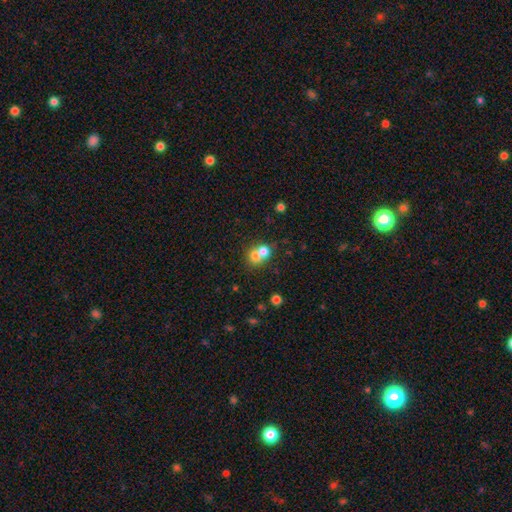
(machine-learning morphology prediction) Smooth or featured? smooth (70%)
How rounded? round (75%)
Merging? merger (62%)